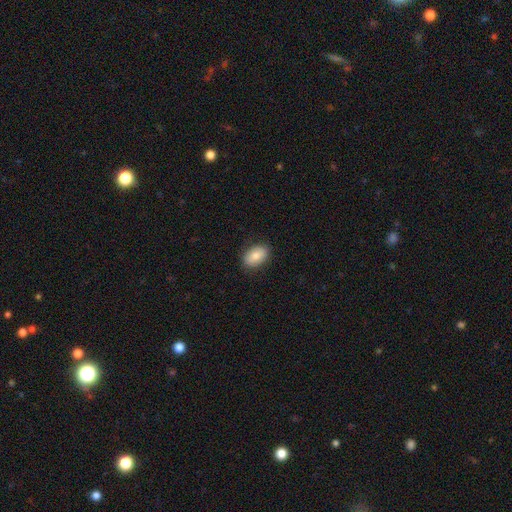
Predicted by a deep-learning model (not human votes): This is clearly a smooth galaxy (82%). How rounded: clearly in between (88%). Merging: clearly none (87%).